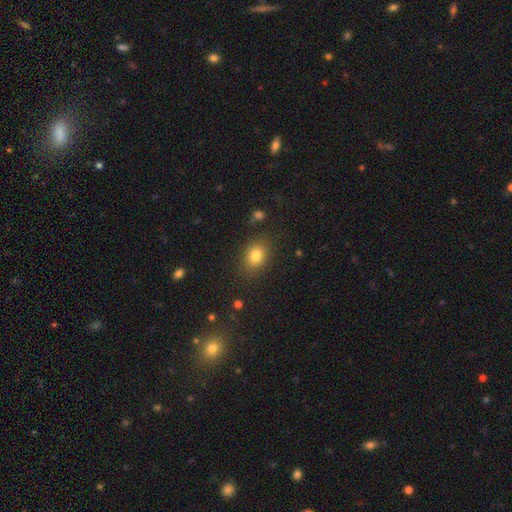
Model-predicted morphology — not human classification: Smooth or featured?
  - smooth: 81% *
  - star or artifact: 11%
  - featured or disk: 8%
How rounded?
  - in between: 56% *
  - round: 43%
  - cigar-shaped: 1%
Merging?
  - none: 82% *
  - minor disturbance: 11%
  - major disturbance: 4%
  - merger: 2%